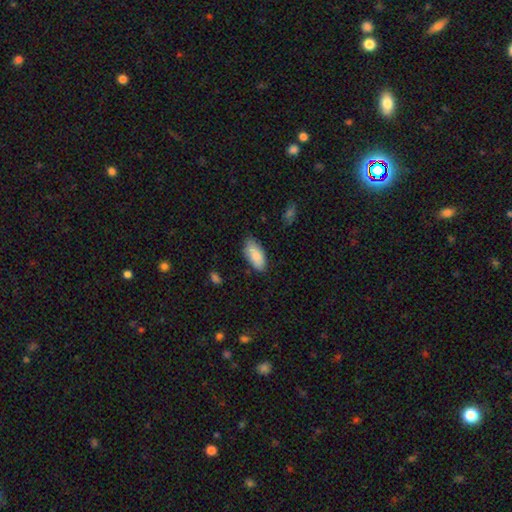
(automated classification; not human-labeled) Morphology: type=smooth (85%); roundness=in between (92%); merging=none (76%).